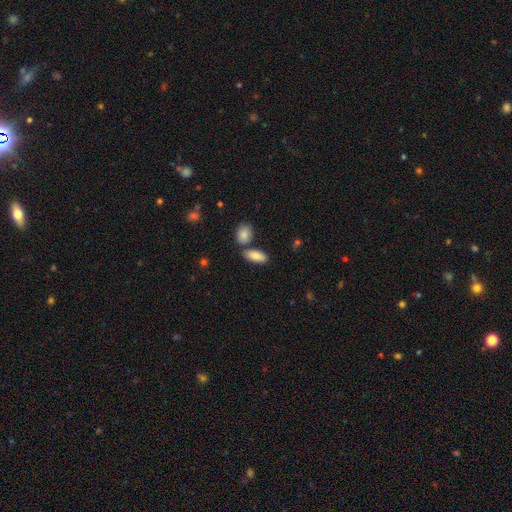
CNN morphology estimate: smooth 85%, featured or disk 9%, star or artifact 6%. Down the decision tree: how rounded — in between (85%); merging — none (68%).